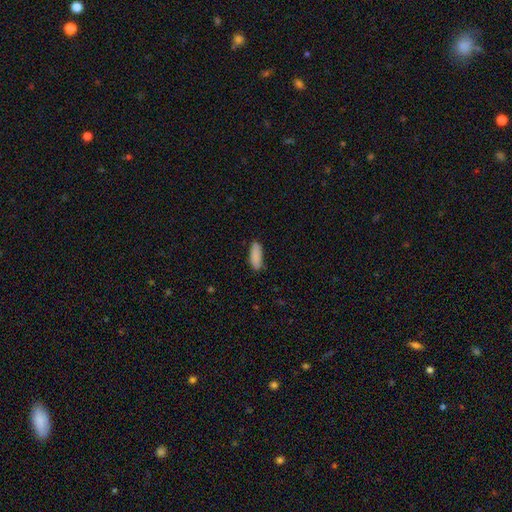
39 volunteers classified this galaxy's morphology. Smooth or featured?
  - smooth: 87% *
  - star or artifact: 8%
  - featured or disk: 5%
How rounded?
  - in between: 74% *
  - cigar-shaped: 26%
  - round: 0%
Merging?
  - none: 94% *
  - minor disturbance: 6%
  - major disturbance: 0%
  - merger: 0%